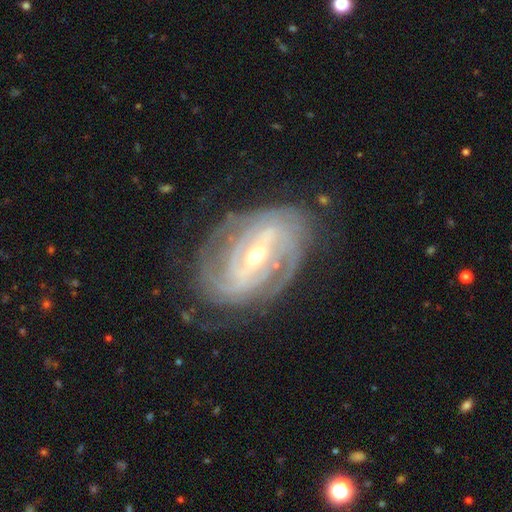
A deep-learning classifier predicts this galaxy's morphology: Overall: featured or disk (90%). Edge-on disk: no (96%). Bar: strong (50%; weak 37%). Spiral arms: yes (97%). Spiral arm count: 2 (26%; can't tell 25%). Spiral winding: tight (67%; medium 27%). Bulge size: small (52%; moderate 44%). Merging: none (75%).